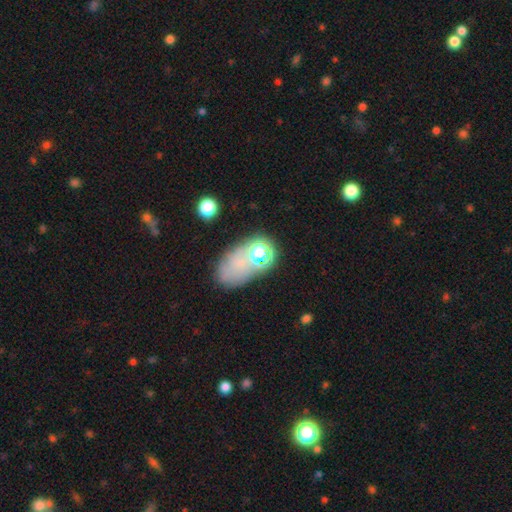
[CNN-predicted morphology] Q: Smooth or featured?
A: smooth (50%); runner-up: star or artifact (28%)
Q: Merging?
A: none (55%); runner-up: minor disturbance (20%)